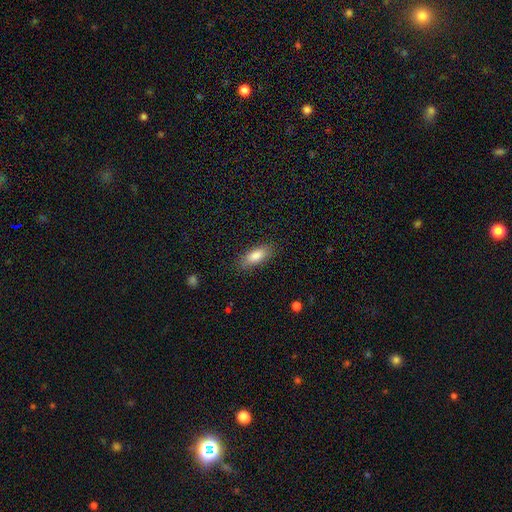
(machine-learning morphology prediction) This appears to be a smooth galaxy with no disk features (83%) that is in between round and cigar-shaped (74%). Merging: none (85%).